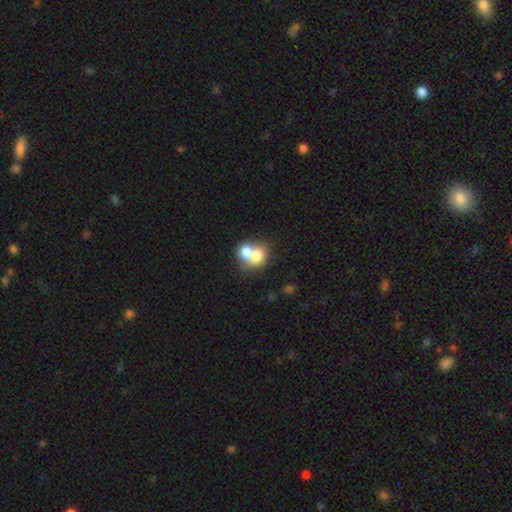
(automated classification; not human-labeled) Smooth or featured? smooth (70%)
How rounded? round (63%)
Merging? merger (72%)